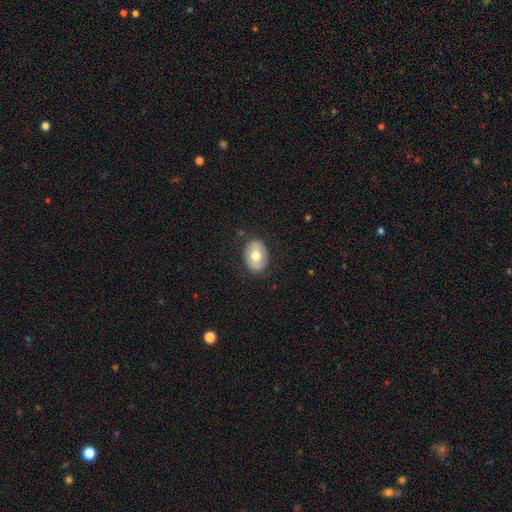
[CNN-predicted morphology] Overall: smooth (62%; featured or disk 32%). How rounded: in between (73%). Merging: none (83%).